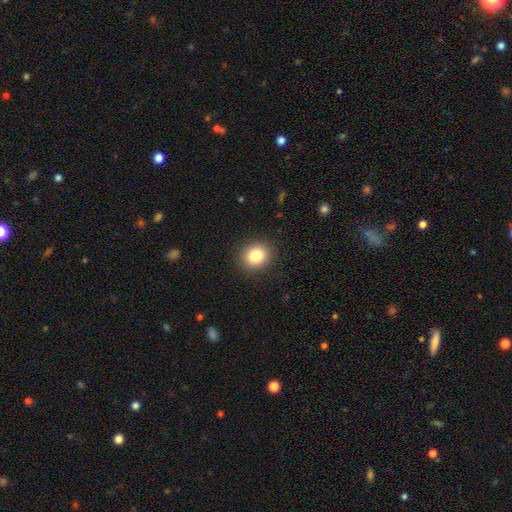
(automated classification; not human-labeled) Q: Smooth or featured?
A: smooth (85%); runner-up: star or artifact (9%)
Q: How rounded?
A: round (73%); runner-up: in between (27%)
Q: Merging?
A: none (89%); runner-up: minor disturbance (7%)